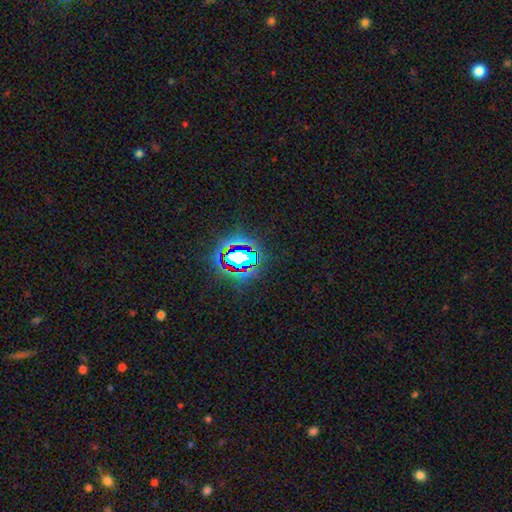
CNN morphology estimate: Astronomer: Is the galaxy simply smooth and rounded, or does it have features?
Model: star or artifact — 80%.